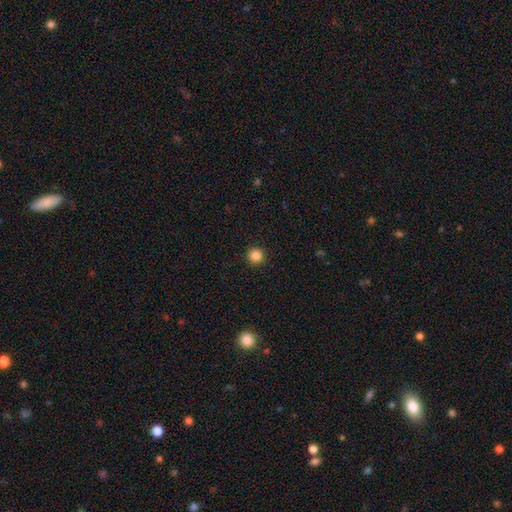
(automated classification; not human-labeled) Morphology: type=smooth (85%); roundness=round (96%); merging=none (93%).